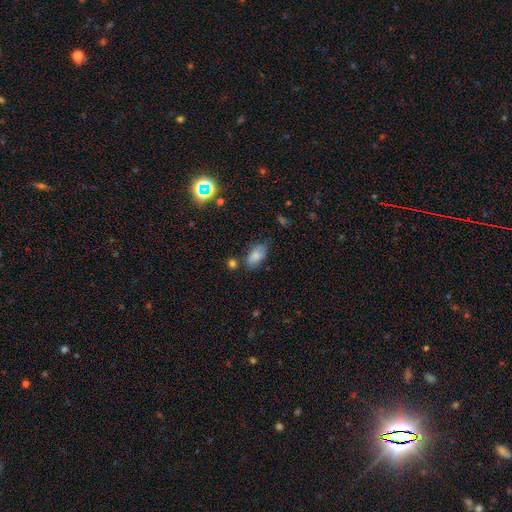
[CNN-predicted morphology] smooth_or_featured: smooth (p=0.78) [alt: featured or disk p=0.12]
how_rounded: in between (p=0.91) [alt: cigar-shaped p=0.05]
merging: none (p=0.68) [alt: minor disturbance p=0.22]